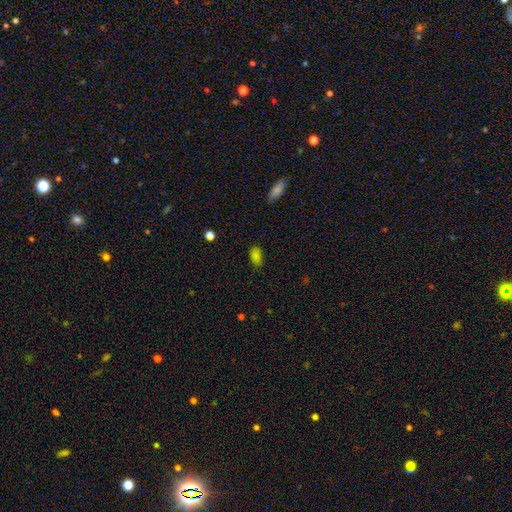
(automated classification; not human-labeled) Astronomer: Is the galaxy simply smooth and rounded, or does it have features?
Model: smooth — 82%.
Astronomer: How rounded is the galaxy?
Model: in between — 92%.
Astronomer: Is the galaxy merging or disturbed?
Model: none — 81%.